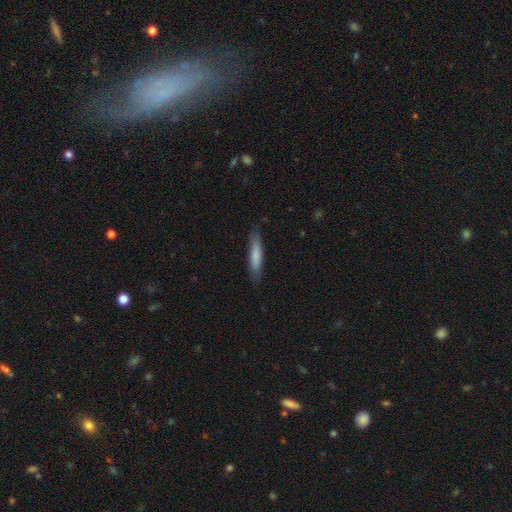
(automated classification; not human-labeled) This is likely a smooth galaxy (77%). How rounded: clearly cigar-shaped (81%). Merging: clearly none (81%).